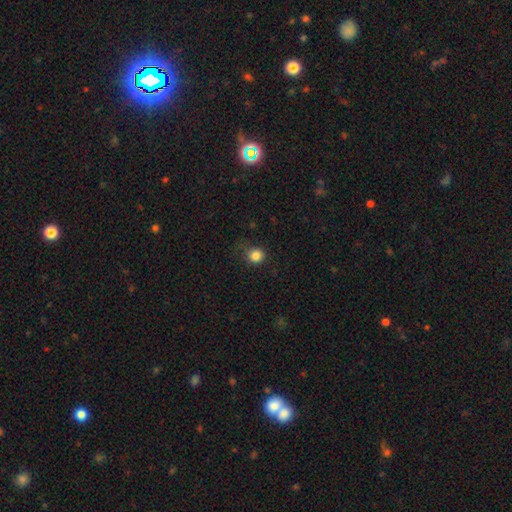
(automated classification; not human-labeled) Smooth or featured?
  - smooth: 84% *
  - star or artifact: 12%
  - featured or disk: 5%
How rounded?
  - round: 89% *
  - in between: 10%
  - cigar-shaped: 1%
Merging?
  - none: 72% *
  - minor disturbance: 19%
  - major disturbance: 7%
  - merger: 1%